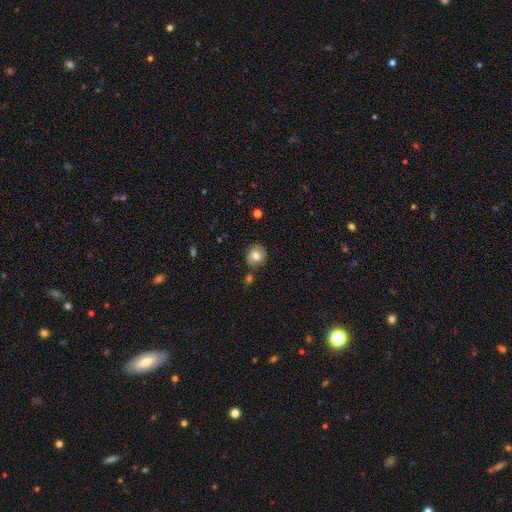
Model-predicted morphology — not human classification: smooth_or_featured: smooth (p=0.56) [alt: featured or disk p=0.35]
how_rounded: round (p=0.78) [alt: in between p=0.21]
merging: none (p=0.72) [alt: minor disturbance p=0.17]